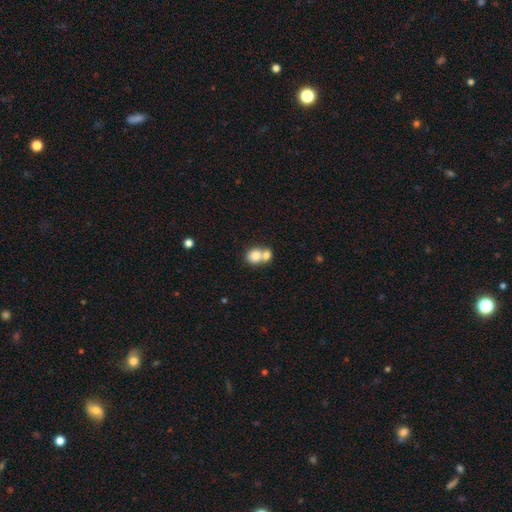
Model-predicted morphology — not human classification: smooth 80%, featured or disk 12%, star or artifact 9%. Down the decision tree: how rounded — round (67%); merging — merger (61%).